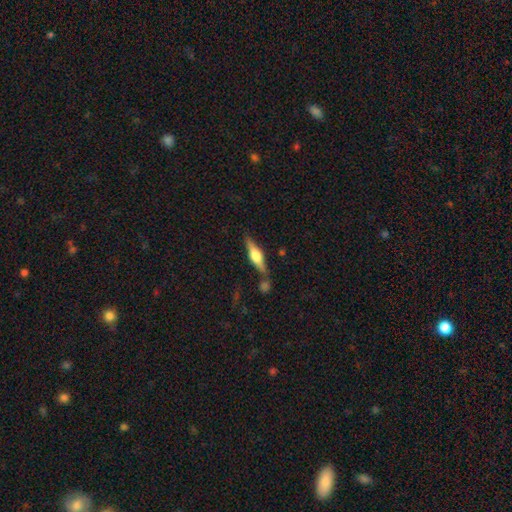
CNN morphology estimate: type=featured or disk (61%); edge-on=yes (95%); edge-on bulge=rounded (89%); merging=none (75%).